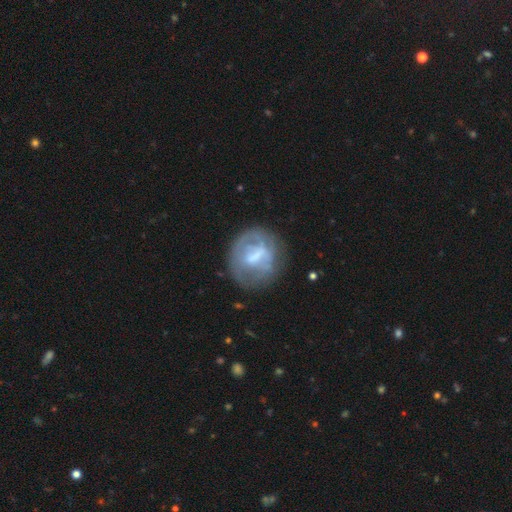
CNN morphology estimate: featured or disk 60%, smooth 32%, star or artifact 8%. Down the decision tree: edge-on disk — no (96%); bar — weak (43%); spiral arms — no (61%); bulge size — moderate (34%); merging — none (60%).